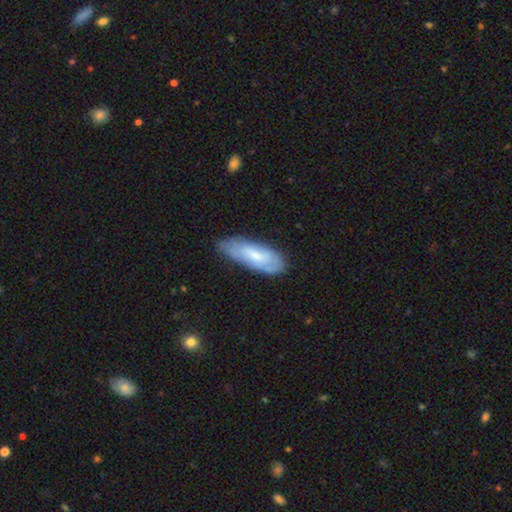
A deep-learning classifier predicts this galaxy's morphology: Smooth or featured? smooth (58%)
How rounded? in between (66%)
Merging? none (65%)